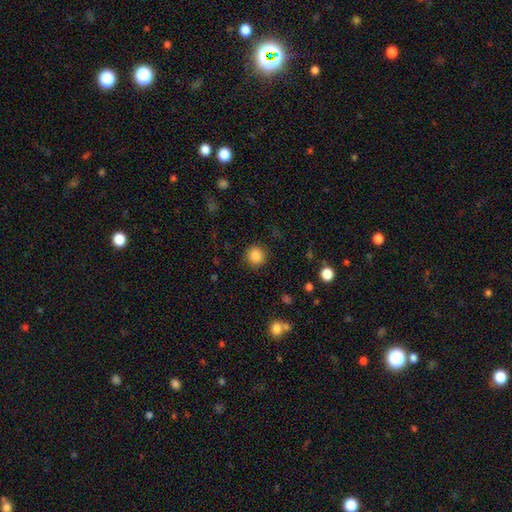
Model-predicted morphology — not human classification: The model was most divided on "smooth or featured": smooth: 86%, star or artifact: 11%, featured or disk: 3%. More confident: how rounded — round (91%); merging — none (89%).